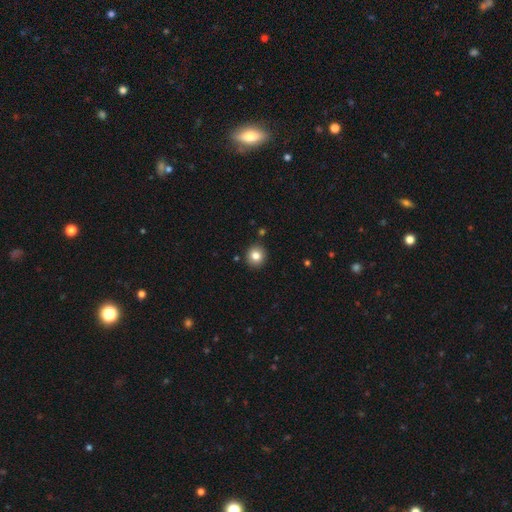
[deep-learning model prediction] This appears to be a smooth galaxy with no disk features (82%) that is round (90%). Merging: none (90%).